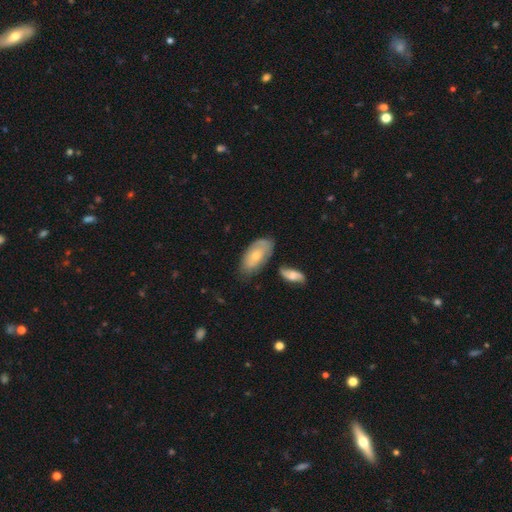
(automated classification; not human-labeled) Overall: smooth (59%; featured or disk 35%). How rounded: in between (91%). Merging: none (60%; minor disturbance 26%).